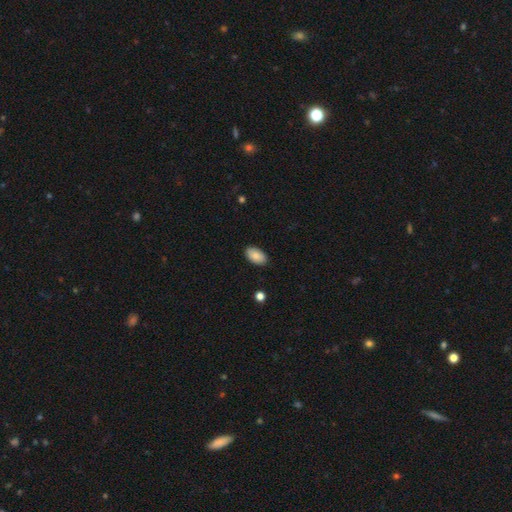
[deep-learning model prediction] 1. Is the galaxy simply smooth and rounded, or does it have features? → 88% smooth, 7% star or artifact, 5% featured or disk.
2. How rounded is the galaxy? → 94% in between, 4% round, 1% cigar-shaped.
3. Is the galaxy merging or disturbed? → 88% none, 9% minor disturbance, 2% major disturbance, 1% merger.